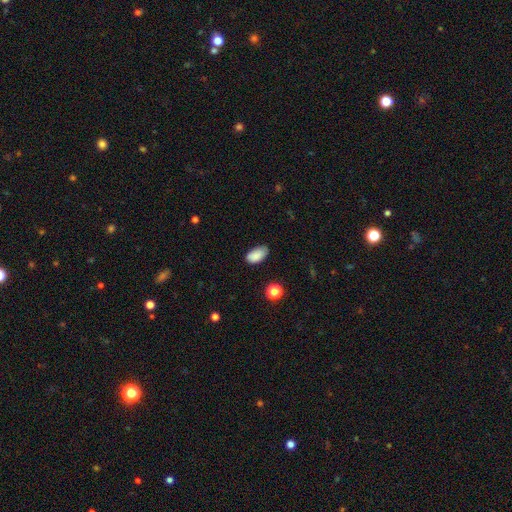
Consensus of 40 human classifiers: Smooth or featured? 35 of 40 (88%) said smooth. How rounded? 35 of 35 (100%) said in between. Merging? 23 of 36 (64%) said none.